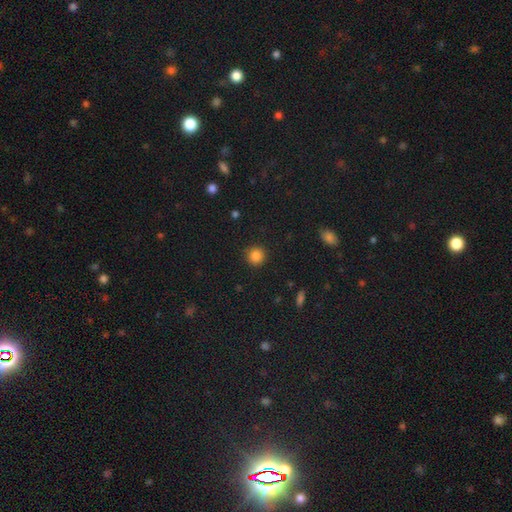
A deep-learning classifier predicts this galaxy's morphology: smooth 85%, star or artifact 11%, featured or disk 4%. Down the decision tree: how rounded — round (94%); merging — none (91%).